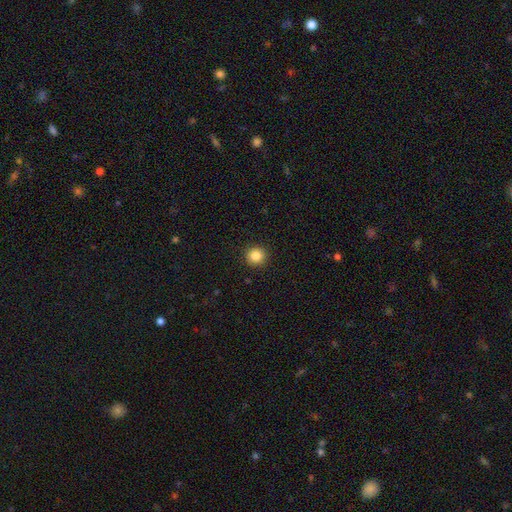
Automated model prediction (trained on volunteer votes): Smooth or featured: smooth — 86% (star or artifact — 10%)
How rounded: round — 94% (in between — 5%)
Merging: none — 92% (minor disturbance — 5%)